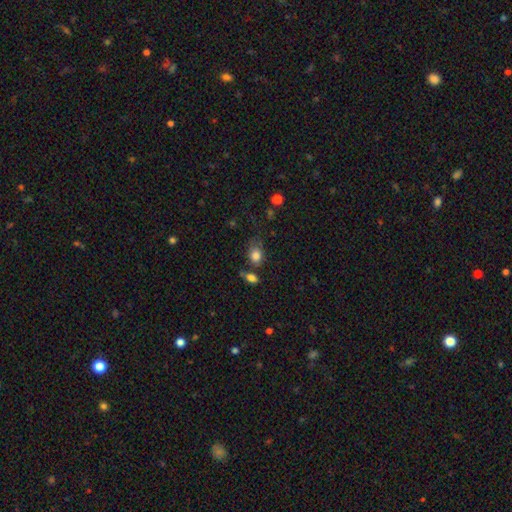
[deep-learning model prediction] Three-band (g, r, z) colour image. It shows a smooth galaxy with no disk features (82%) that is in between round and cigar-shaped (64%). Merging: none (47%).